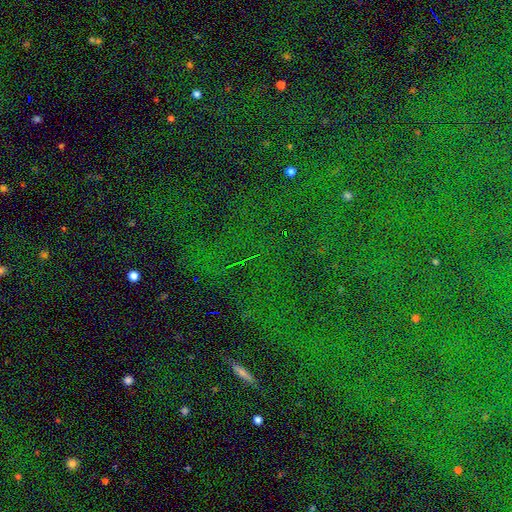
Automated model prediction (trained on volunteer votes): Smooth or featured: star or artifact — 83% (smooth — 9%)